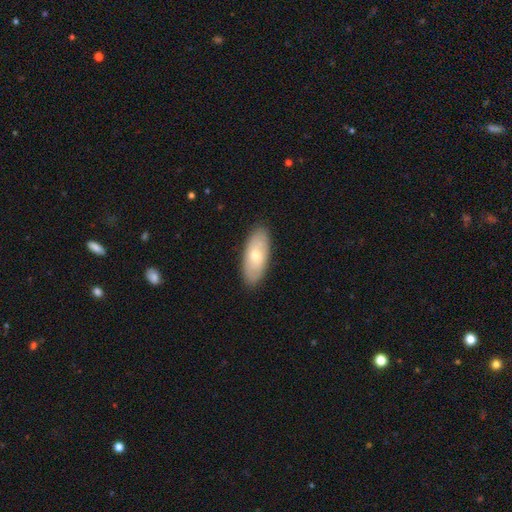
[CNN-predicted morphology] Overall: smooth (66%; featured or disk 29%). How rounded: in between (85%). Merging: none (88%).